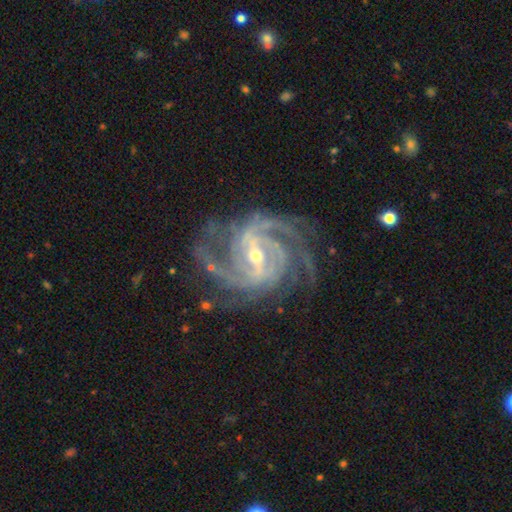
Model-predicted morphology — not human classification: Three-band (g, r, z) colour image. It shows a featured or disk galaxy (93%) with a strong bar (48%), 3 (27%) tight (51%) spiral arms (99%) and a small central bulge (62%). Merging: none (73%).